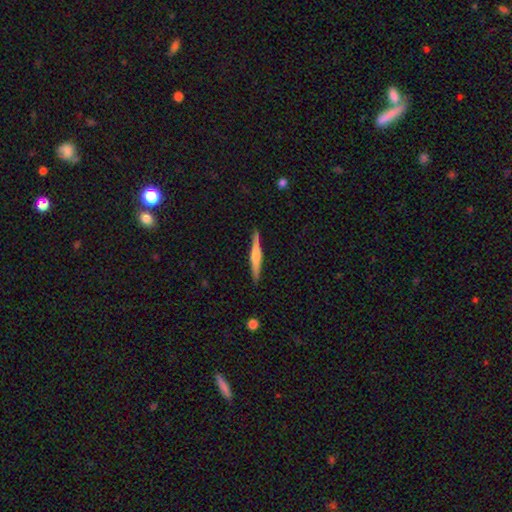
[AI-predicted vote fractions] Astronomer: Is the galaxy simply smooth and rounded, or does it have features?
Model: featured or disk — 59% (runner-up: smooth, 35%).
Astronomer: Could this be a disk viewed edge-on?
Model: yes — 98%.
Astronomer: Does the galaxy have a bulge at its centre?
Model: rounded — 64%.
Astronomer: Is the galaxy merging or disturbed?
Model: none — 90%.